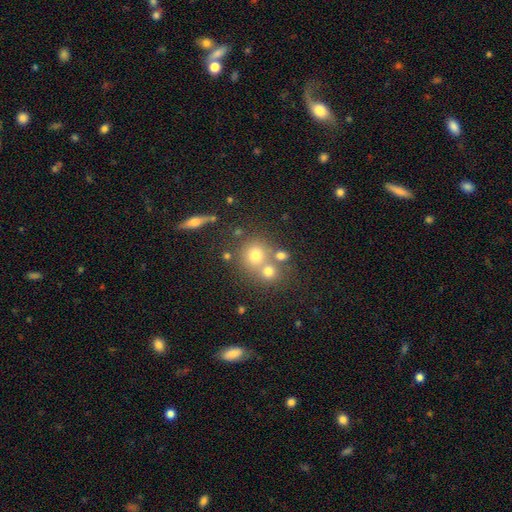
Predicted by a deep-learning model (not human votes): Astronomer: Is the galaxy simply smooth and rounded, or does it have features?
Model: smooth — 67%.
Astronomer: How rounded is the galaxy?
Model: round — 85%.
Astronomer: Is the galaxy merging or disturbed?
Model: none — 54% (runner-up: merger, 34%).